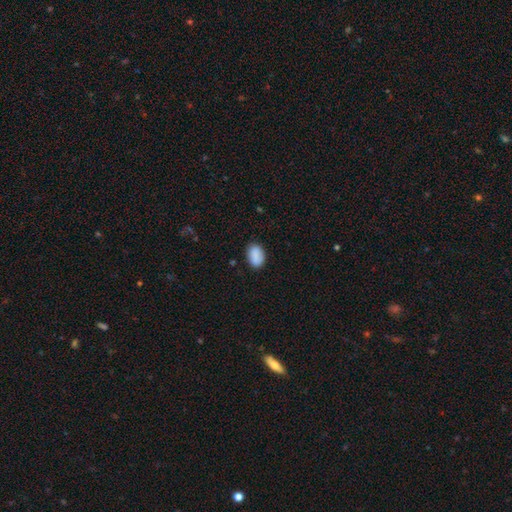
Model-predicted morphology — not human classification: smooth 88%, star or artifact 7%, featured or disk 5%. Down the decision tree: how rounded — in between (86%); merging — none (85%).